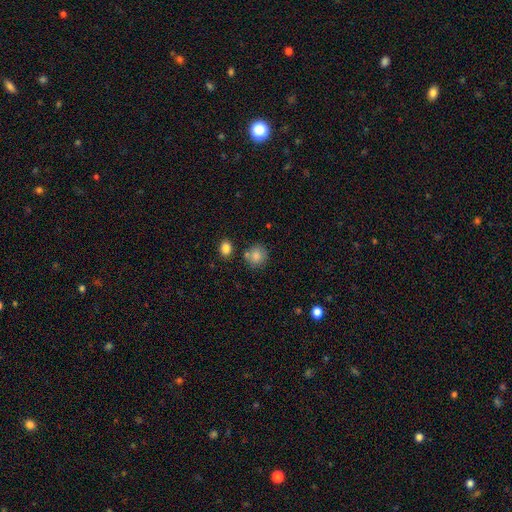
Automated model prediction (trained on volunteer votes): Morphology: type=smooth (84%); roundness=round (86%); merging=none (73%).